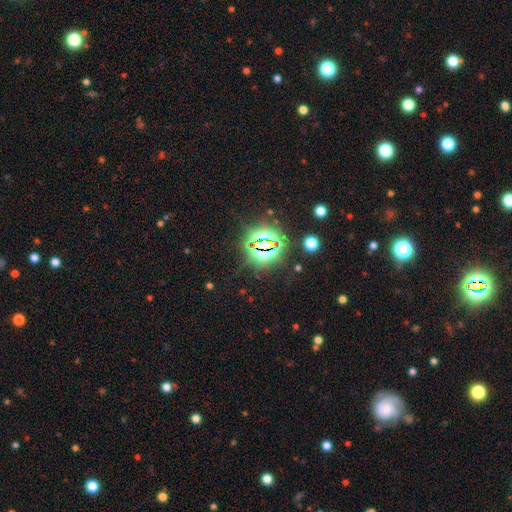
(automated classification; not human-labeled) A star or artifact, not a galaxy (83%).

Vote fractions:
- Smooth or featured? star or artifact: 83% / smooth: 10% / featured or disk: 6%